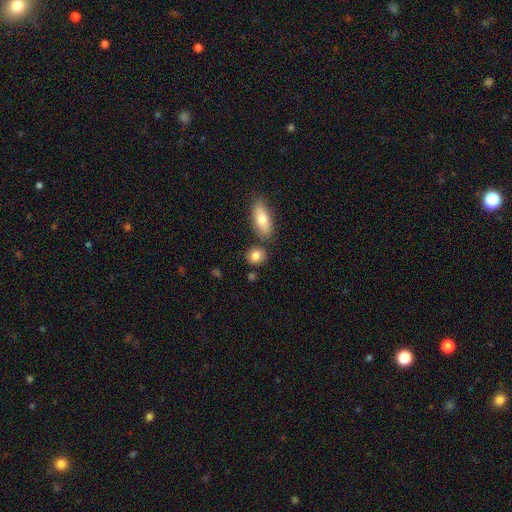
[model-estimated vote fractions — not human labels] This appears to be a smooth galaxy with no disk features (82%) that is round (51%). Merging: none (74%).